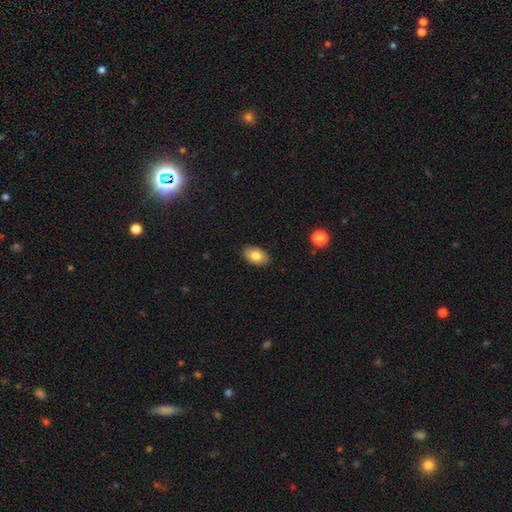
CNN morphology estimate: Smooth or featured? smooth (82%)
How rounded? in between (89%)
Merging? none (88%)